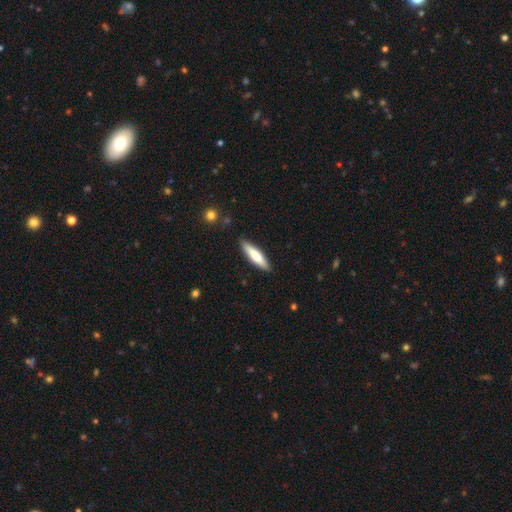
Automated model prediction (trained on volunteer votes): This is likely a smooth galaxy (73%). How rounded: likely cigar-shaped (76%). Merging: clearly none (88%).